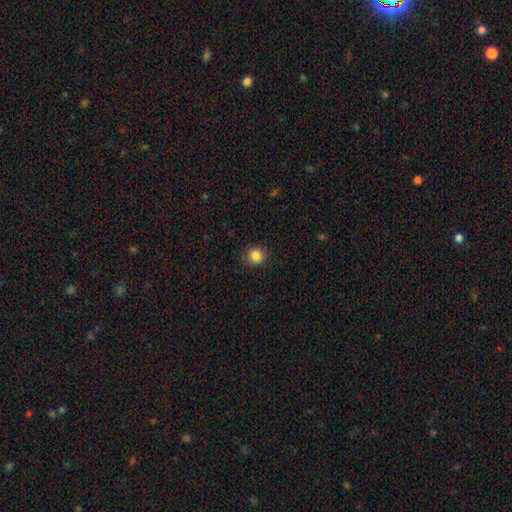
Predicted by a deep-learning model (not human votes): This appears to be a smooth galaxy with no disk features (86%) that is round (87%). Merging: none (89%).